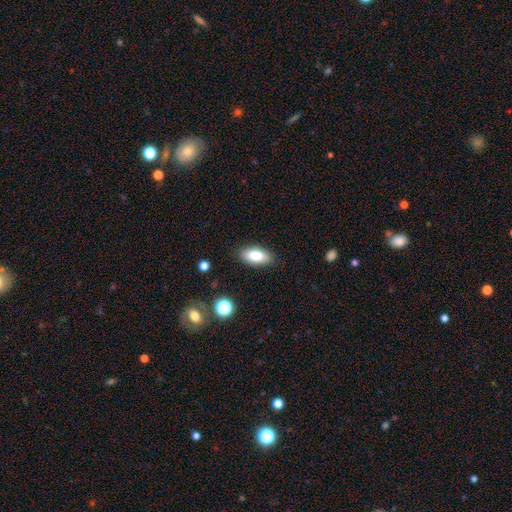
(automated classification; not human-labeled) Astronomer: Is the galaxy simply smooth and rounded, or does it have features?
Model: smooth — 83%.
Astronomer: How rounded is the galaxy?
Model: in between — 86%.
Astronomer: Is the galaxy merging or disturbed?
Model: none — 85%.